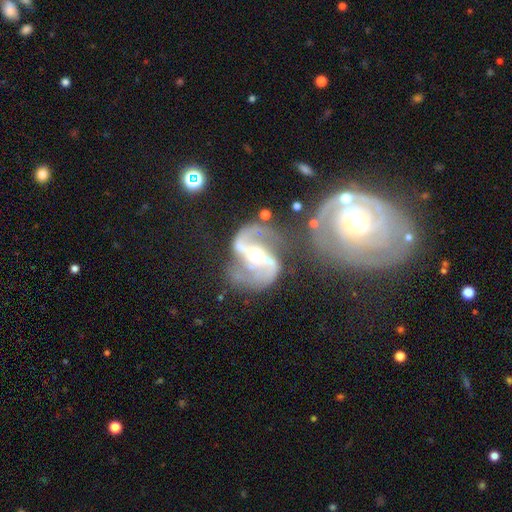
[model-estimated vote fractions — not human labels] A featured or disk galaxy (91%) with a strong bar (46%), 2 (93%) medium (46%) spiral arms (97%) and a moderate central bulge (68%).

Vote fractions:
- Smooth or featured? featured or disk: 91% / star or artifact: 5% / smooth: 4%
- Edge-on disk? no: 98% / yes: 2%
- Bar? strong: 46% / weak: 31% / no: 23%
- Spiral arms? yes: 97% / no: 3%
- Spiral winding? medium: 46% / loose: 43% / tight: 10%
- Spiral arm count? 2: 93% / can't tell: 2% / 3: 1% / 1: 1% / 4: 1% / more than 4: 1%
- Bulge size? moderate: 68% / small: 25% / large: 4% / none: 1% / dominant: 1%
- Merging? none: 59% / minor disturbance: 17% / merger: 13% / major disturbance: 11%